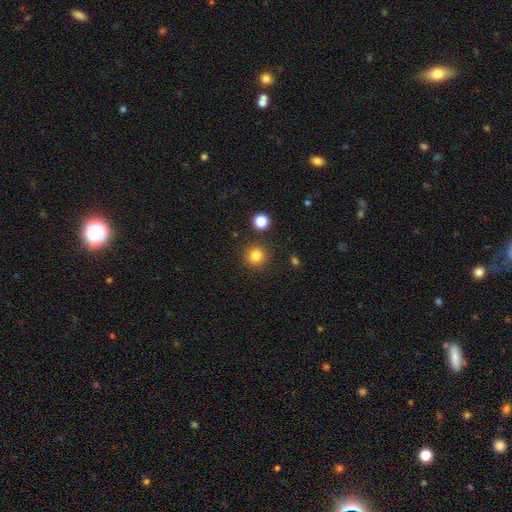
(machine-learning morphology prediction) Smooth or featured?
  - smooth: 83% *
  - star or artifact: 12%
  - featured or disk: 5%
How rounded?
  - round: 94% *
  - in between: 5%
  - cigar-shaped: 1%
Merging?
  - none: 89% *
  - minor disturbance: 6%
  - merger: 3%
  - major disturbance: 2%